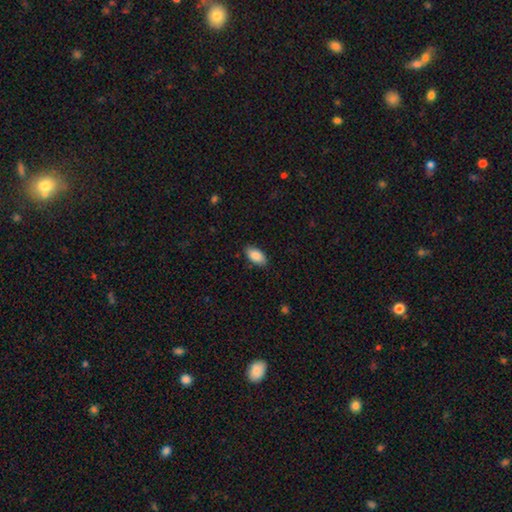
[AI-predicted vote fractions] Smooth or featured?
  - smooth: 88% *
  - star or artifact: 7%
  - featured or disk: 6%
How rounded?
  - in between: 94% *
  - cigar-shaped: 3%
  - round: 3%
Merging?
  - none: 86% *
  - minor disturbance: 11%
  - major disturbance: 2%
  - merger: 1%